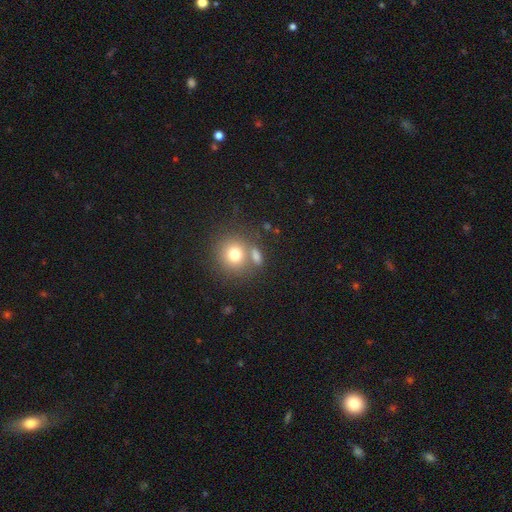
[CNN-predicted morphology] smooth-or-featured: smooth: 75% | star or artifact: 13% | featured or disk: 12%
  how-rounded: round: 59% | in between: 37% | cigar-shaped: 4%
  merging: none: 55% | merger: 29% | minor disturbance: 11% | major disturbance: 5%